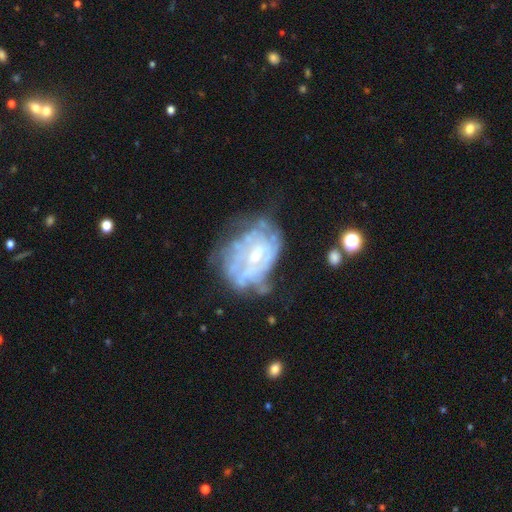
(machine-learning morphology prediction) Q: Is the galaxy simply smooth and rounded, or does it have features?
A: featured or disk — 77%.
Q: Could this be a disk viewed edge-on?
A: no — 97%.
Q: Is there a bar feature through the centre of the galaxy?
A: weak — 46%.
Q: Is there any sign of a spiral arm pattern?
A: yes — 59%.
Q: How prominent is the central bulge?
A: small — 46%.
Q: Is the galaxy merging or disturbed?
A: none — 43%.